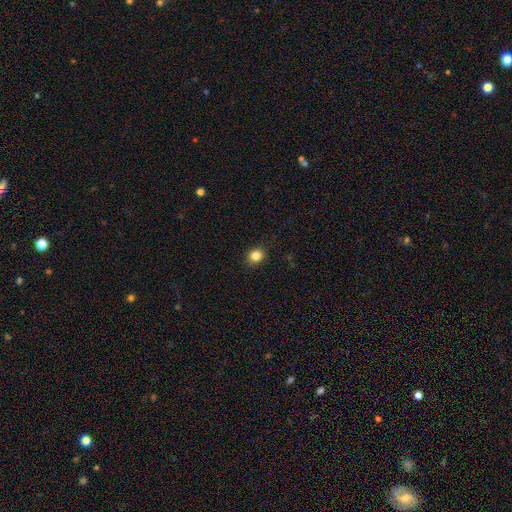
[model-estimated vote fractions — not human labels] A smooth galaxy with no disk features (84%) that is round (68%). Merging: none (88%).